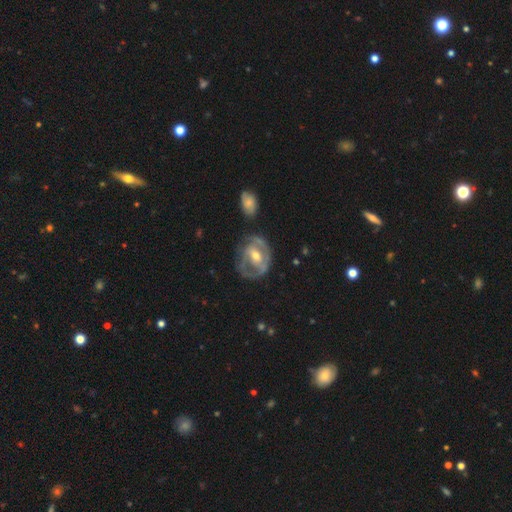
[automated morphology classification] Smooth or featured? Predicted: featured or disk (p=0.75). Edge-on disk? Predicted: no (p=0.96). Bar? Predicted: weak (p=0.40). Spiral arms? Predicted: yes (p=0.63). Bulge size? Predicted: moderate (p=0.65). Merging? Predicted: none (p=0.56).